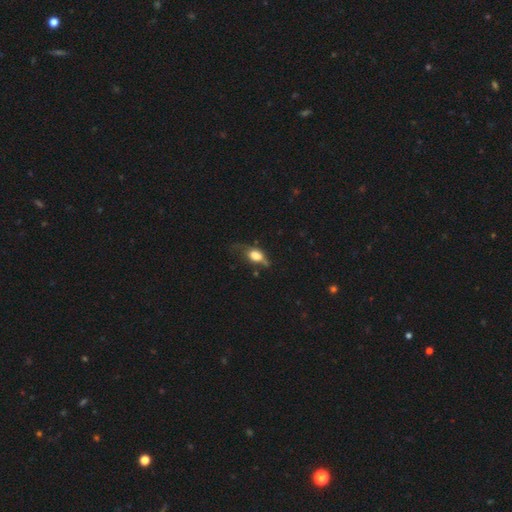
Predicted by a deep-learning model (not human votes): Smooth or featured? smooth (68%)
How rounded? in between (74%)
Merging? minor disturbance (32%)